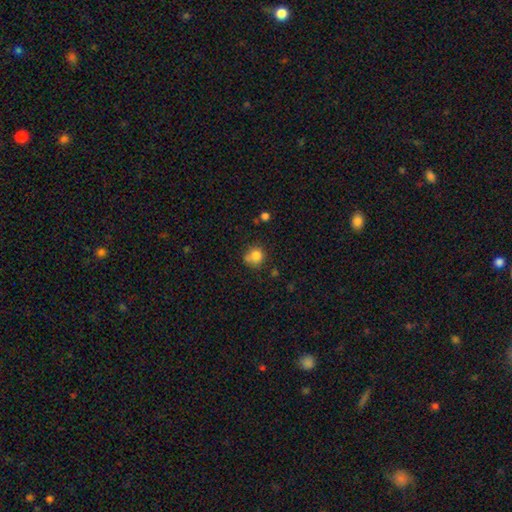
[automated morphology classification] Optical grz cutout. It shows a smooth galaxy with no disk features (81%) that is round (85%). Merging: none (61%).